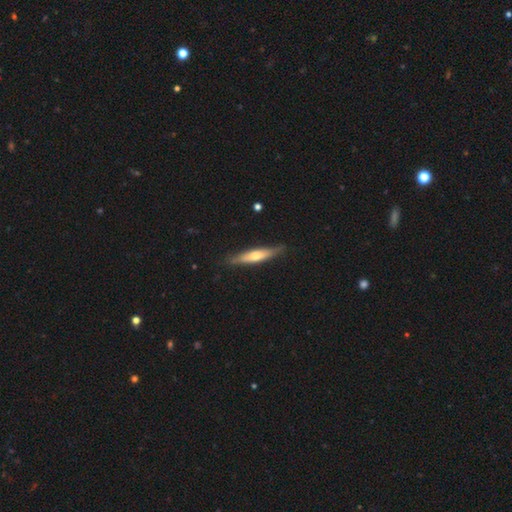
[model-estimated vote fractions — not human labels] smooth_or_featured: featured or disk (p=0.49) [alt: smooth p=0.45]
merging: none (p=0.83) [alt: minor disturbance p=0.14]